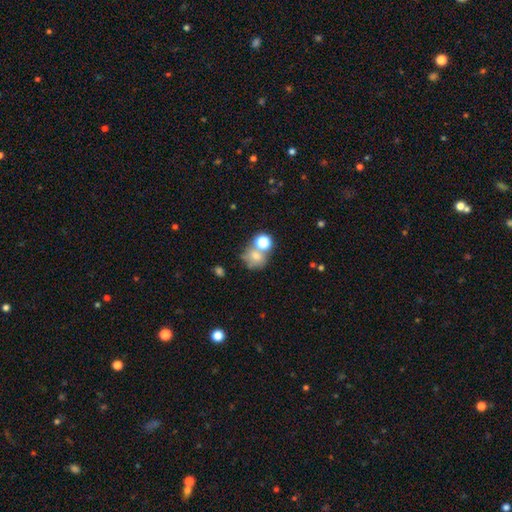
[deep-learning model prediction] smooth 68%, featured or disk 18%, star or artifact 15%. Down the decision tree: how rounded — round (72%); merging — merger (40%).